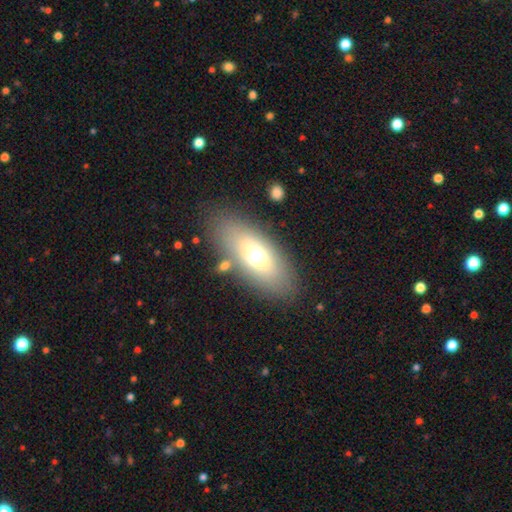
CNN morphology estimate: This is likely a smooth galaxy (64%). How rounded: clearly in between (81%). Merging: likely none (77%).